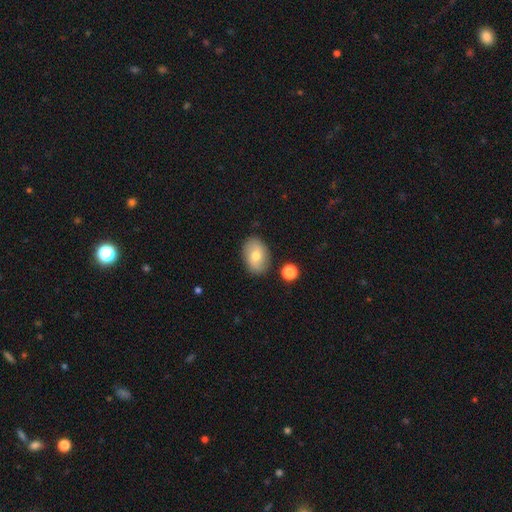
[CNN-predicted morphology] This appears to be a smooth galaxy with no disk features (70%) that is in between round and cigar-shaped (82%). Merging: none (84%).